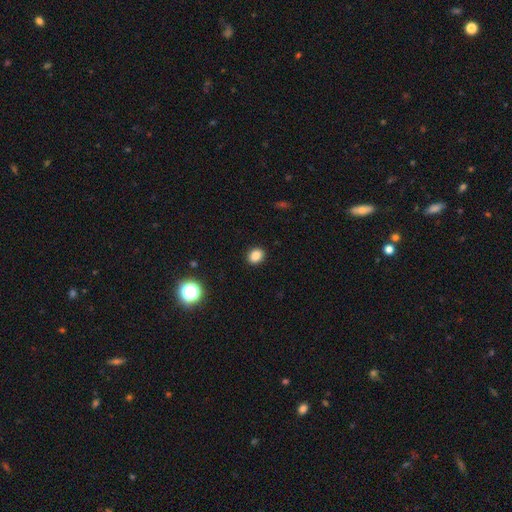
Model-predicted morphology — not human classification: smooth 86%, star or artifact 11%, featured or disk 4%. Down the decision tree: how rounded — in between (52%); merging — none (91%).